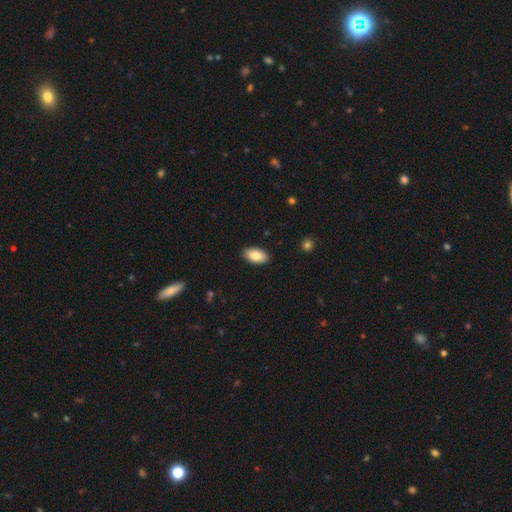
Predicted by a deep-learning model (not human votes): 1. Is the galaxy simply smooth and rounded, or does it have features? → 85% smooth, 9% featured or disk, 6% star or artifact.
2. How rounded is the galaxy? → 95% in between, 3% round, 2% cigar-shaped.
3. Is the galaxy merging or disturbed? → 89% none, 8% minor disturbance, 2% major disturbance, 1% merger.